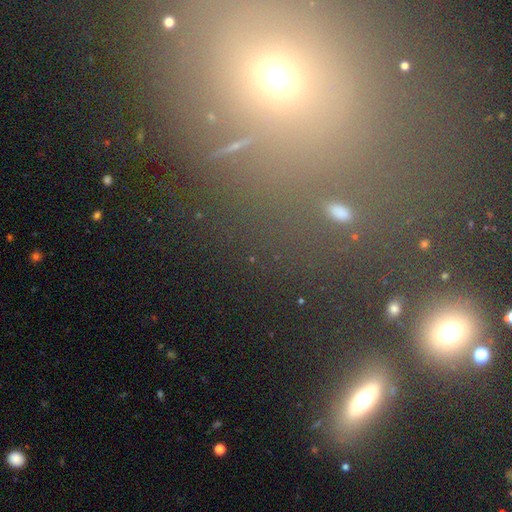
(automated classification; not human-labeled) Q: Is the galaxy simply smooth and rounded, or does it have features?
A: star or artifact — 44%.